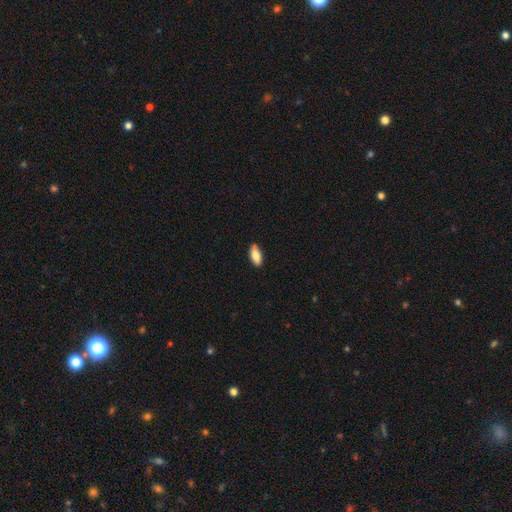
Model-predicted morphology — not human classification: Q: Smooth or featured?
A: smooth (81%); runner-up: featured or disk (12%)
Q: How rounded?
A: in between (84%); runner-up: cigar-shaped (13%)
Q: Merging?
A: none (82%); runner-up: minor disturbance (15%)